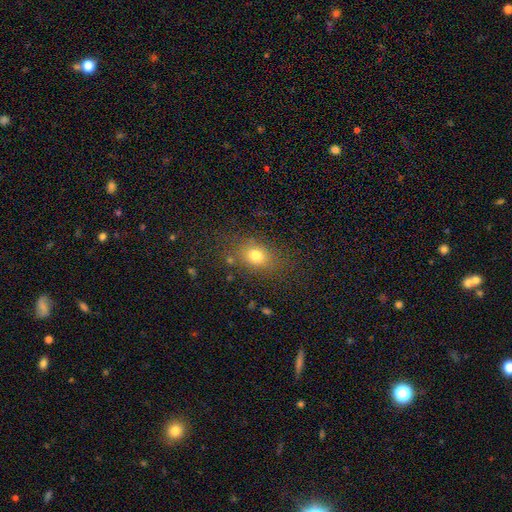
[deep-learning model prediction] Morphology: type=smooth (76%); roundness=in between (53%); merging=none (76%).